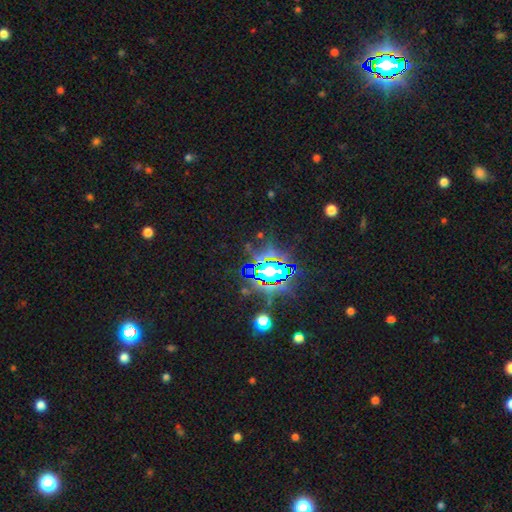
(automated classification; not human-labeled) star or artifact 84%, smooth 9%, featured or disk 7%.